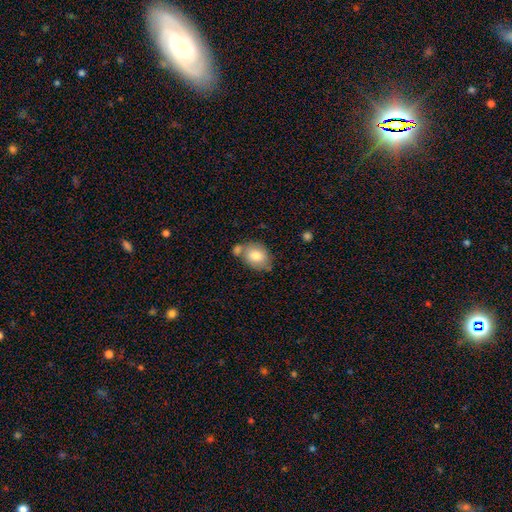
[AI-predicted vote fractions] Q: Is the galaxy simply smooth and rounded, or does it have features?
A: smooth — 77%.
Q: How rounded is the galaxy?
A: in between — 67%.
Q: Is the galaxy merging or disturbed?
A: none — 49%.